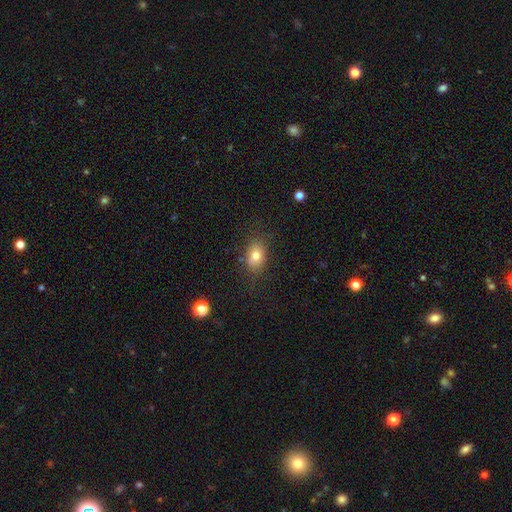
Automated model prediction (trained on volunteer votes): Smooth or featured: smooth — 78% (star or artifact — 11%)
How rounded: in between — 70% (round — 28%)
Merging: none — 76% (minor disturbance — 16%)